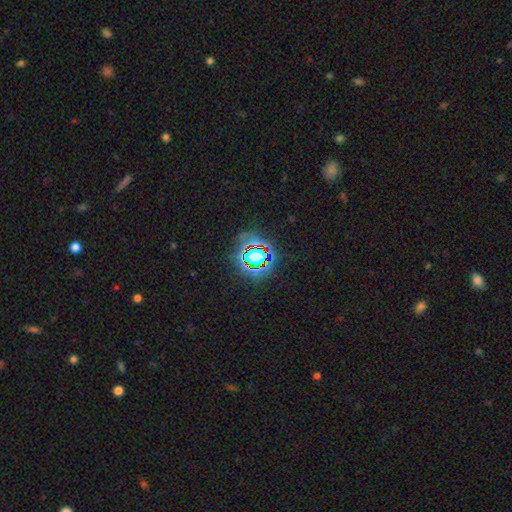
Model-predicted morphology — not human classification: This appears to be a star or artifact, not a galaxy (65%).